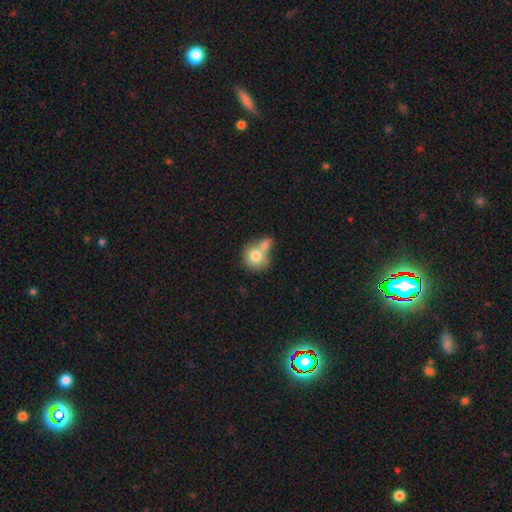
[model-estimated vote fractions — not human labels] A smooth galaxy with no disk features (76%) that is round (75%). Merging: merger (56%).